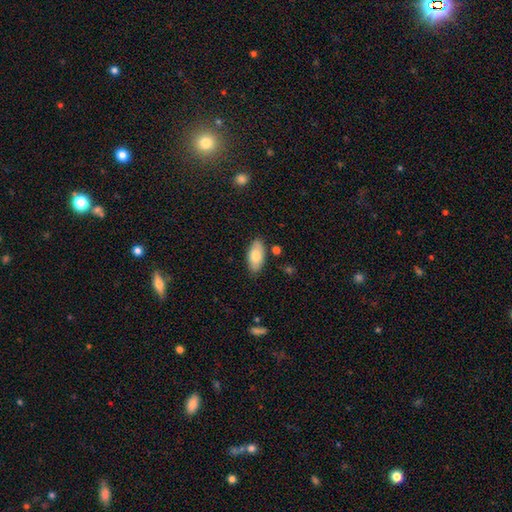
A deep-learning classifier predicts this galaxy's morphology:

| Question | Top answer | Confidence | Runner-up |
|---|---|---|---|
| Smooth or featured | smooth | 77% | featured or disk (17%) |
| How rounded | in between | 93% | cigar-shaped (5%) |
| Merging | none | 84% | minor disturbance (12%) |